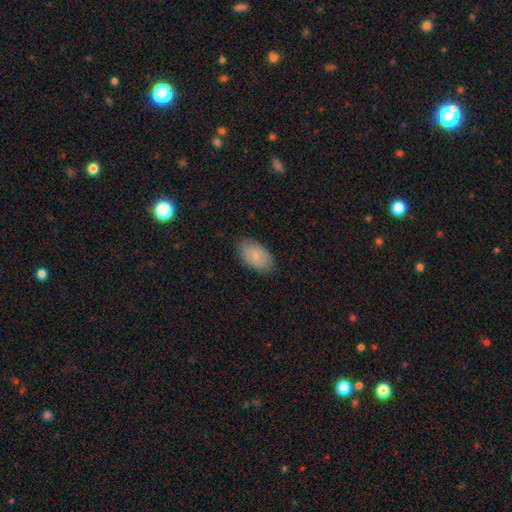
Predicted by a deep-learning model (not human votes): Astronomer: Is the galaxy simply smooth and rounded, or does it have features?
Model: smooth — 79%.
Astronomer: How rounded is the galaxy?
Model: in between — 94%.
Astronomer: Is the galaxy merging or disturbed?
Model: none — 85%.